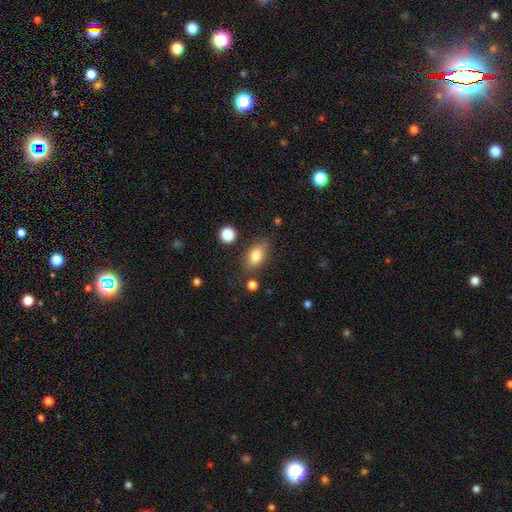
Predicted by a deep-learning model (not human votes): A smooth galaxy with no disk features (81%) that is in between round and cigar-shaped (86%). Merging: none (76%).